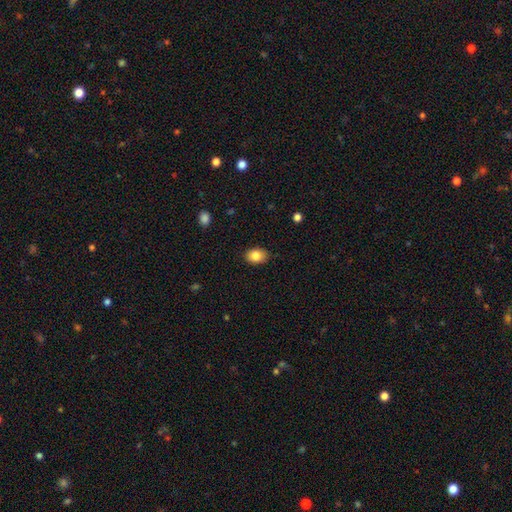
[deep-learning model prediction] Overall: smooth (84%). How rounded: in between (76%). Merging: none (86%).